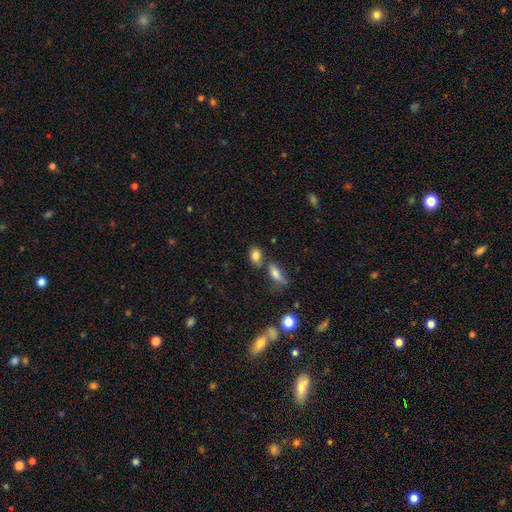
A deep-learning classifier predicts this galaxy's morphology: Q: Smooth or featured?
A: smooth (81%); runner-up: star or artifact (10%)
Q: How rounded?
A: in between (75%); runner-up: round (22%)
Q: Merging?
A: none (62%); runner-up: merger (20%)